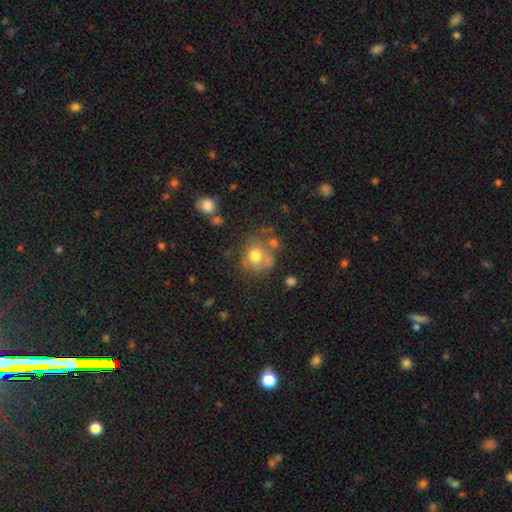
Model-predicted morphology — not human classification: This appears to be a smooth galaxy with no disk features (68%) that is round (79%). Merging: none (53%).